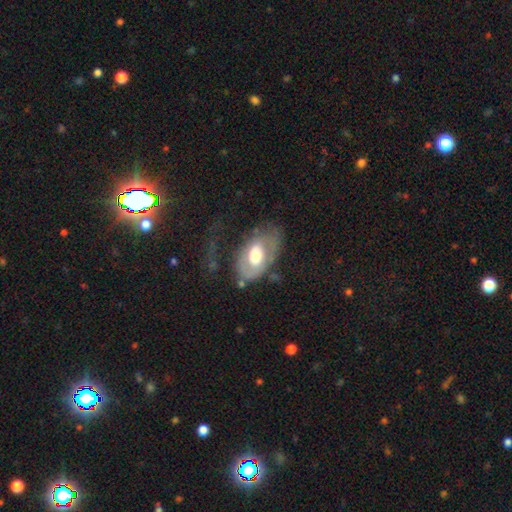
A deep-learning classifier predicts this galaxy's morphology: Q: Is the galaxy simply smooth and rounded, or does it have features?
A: featured or disk — 54%.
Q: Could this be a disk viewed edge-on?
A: no — 93%.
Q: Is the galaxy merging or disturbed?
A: major disturbance — 36%, tied with none.